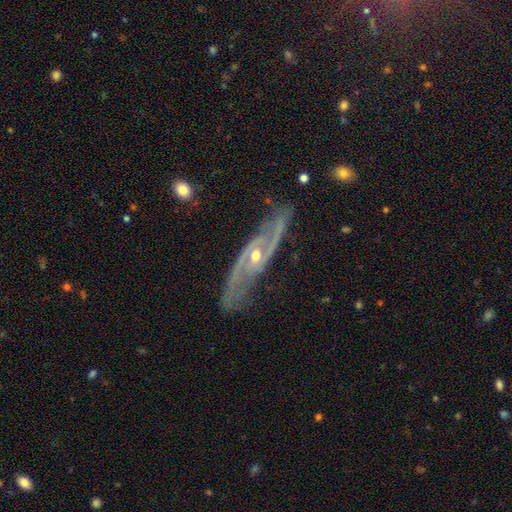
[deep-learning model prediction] Overall: featured or disk (91%). Edge-on disk: no (83%). Bar: no (56%; weak 30%). Spiral arms: yes (97%). Spiral arm count: 2 (85%). Spiral winding: medium (49%; tight 30%). Bulge size: moderate (57%; small 39%). Merging: none (75%).